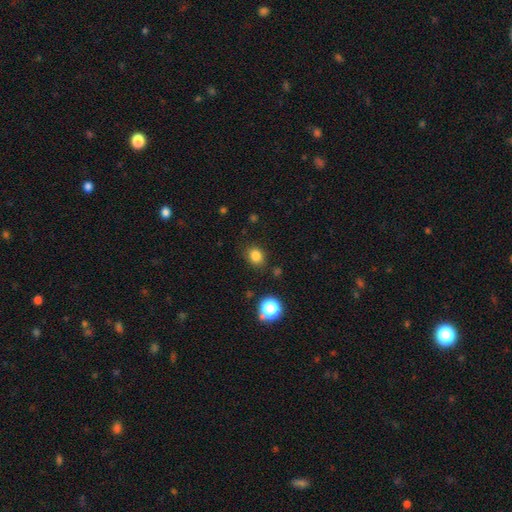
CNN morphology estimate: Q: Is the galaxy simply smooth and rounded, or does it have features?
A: smooth — 81%.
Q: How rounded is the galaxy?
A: round — 63%.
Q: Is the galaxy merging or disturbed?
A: none — 84%.